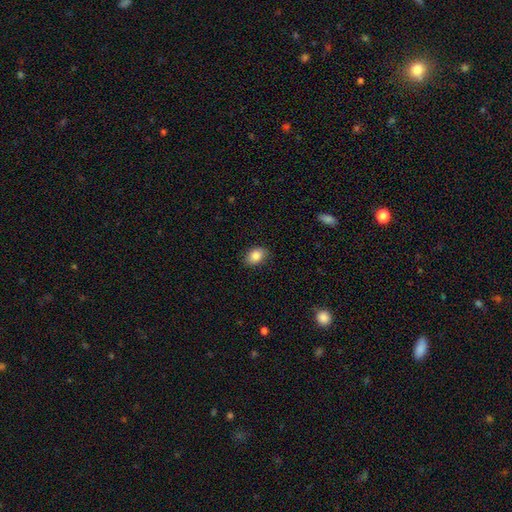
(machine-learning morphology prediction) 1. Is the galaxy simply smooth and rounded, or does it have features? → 86% smooth, 8% star or artifact, 6% featured or disk.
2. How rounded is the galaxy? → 80% in between, 19% round, 1% cigar-shaped.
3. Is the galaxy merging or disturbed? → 84% none, 12% minor disturbance, 3% major disturbance, 1% merger.